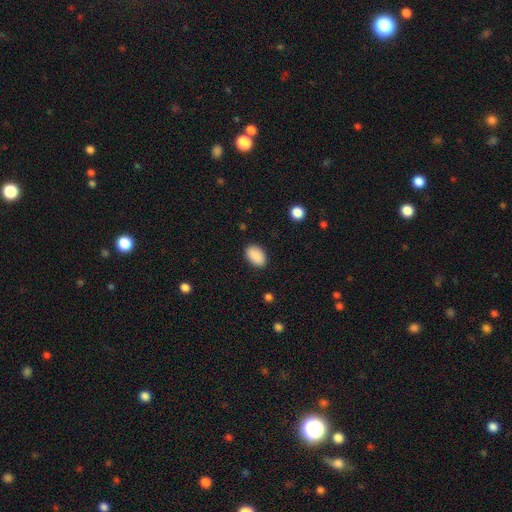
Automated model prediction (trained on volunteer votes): The model was most divided on "merging": none: 88%, minor disturbance: 8%, major disturbance: 2%, merger: 1%. More confident: how rounded — in between (91%); smooth or featured — smooth (91%).